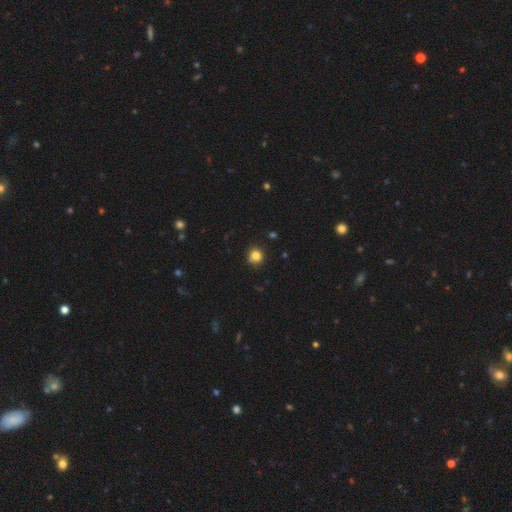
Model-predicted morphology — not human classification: A smooth galaxy with no disk features (83%) that is round (89%).

Vote fractions:
- Smooth or featured? smooth: 83% / star or artifact: 12% / featured or disk: 5%
- How rounded? round: 89% / in between: 10% / cigar-shaped: 1%
- Merging? none: 87% / minor disturbance: 10% / major disturbance: 2% / merger: 1%